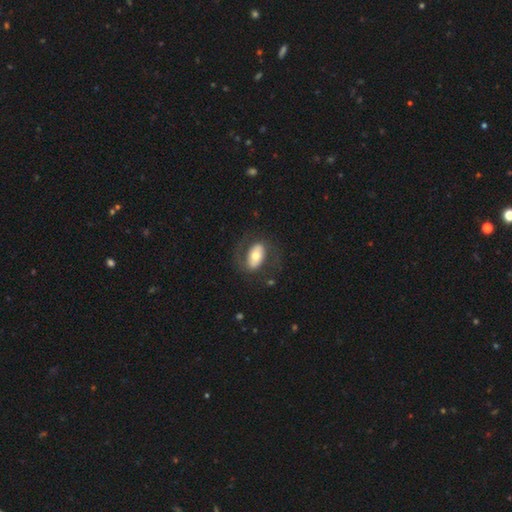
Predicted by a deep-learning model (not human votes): Q: Smooth or featured?
A: smooth (48%); runner-up: featured or disk (46%)
Q: Merging?
A: none (67%); runner-up: major disturbance (16%)